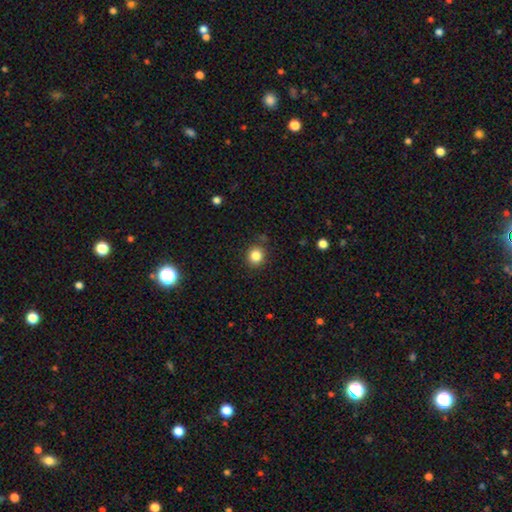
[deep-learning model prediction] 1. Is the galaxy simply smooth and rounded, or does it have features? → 84% smooth, 11% star or artifact, 5% featured or disk.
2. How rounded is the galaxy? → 83% round, 16% in between, 1% cigar-shaped.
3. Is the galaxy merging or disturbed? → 86% none, 9% minor disturbance, 3% major disturbance, 2% merger.